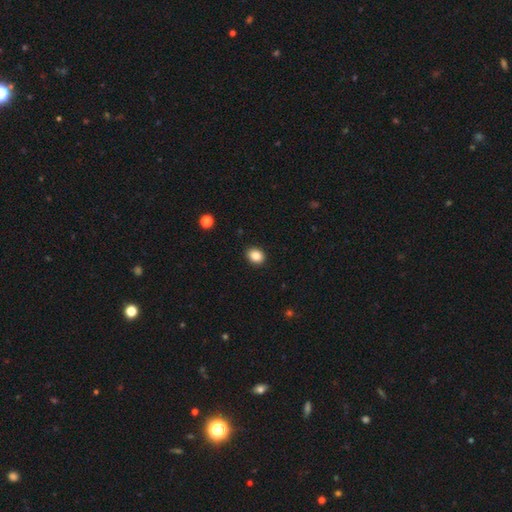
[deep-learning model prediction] Smooth or featured? smooth (87%)
How rounded? round (52%)
Merging? none (91%)